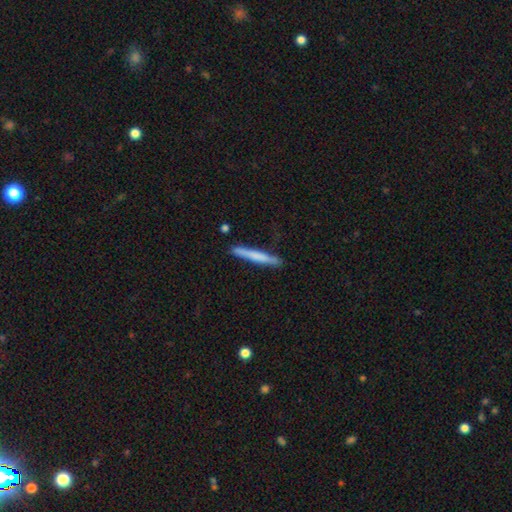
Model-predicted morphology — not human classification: This is likely a smooth galaxy (62%). How rounded: clearly cigar-shaped (96%). Merging: clearly none (85%).